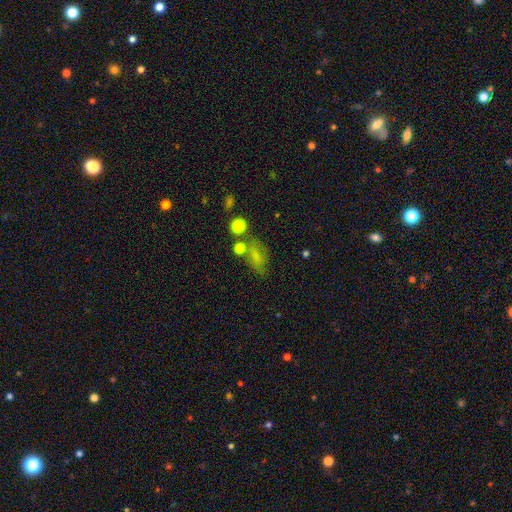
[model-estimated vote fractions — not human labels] Morphology: type=smooth (61%); roundness=in between (72%); merging=none (50%).